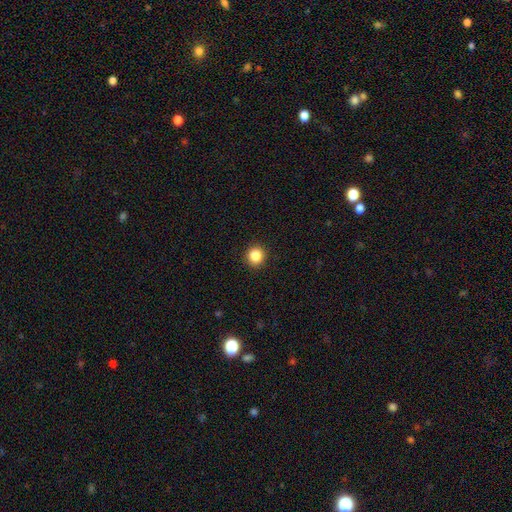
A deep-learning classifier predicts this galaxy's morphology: Smooth or featured? Predicted: smooth (p=0.86). How rounded? Predicted: round (p=0.90). Merging? Predicted: none (p=0.92).